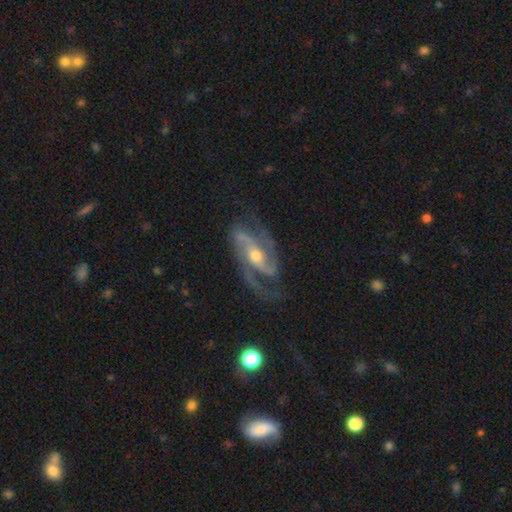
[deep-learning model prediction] smooth_or_featured: featured or disk (p=0.91) [alt: smooth p=0.05]
disk_edge_on: no (p=0.95) [alt: yes p=0.05]
bar: no (p=0.38) [alt: weak p=0.36]
has_spiral_arms: yes (p=0.97) [alt: no p=0.03]
spiral_winding: medium (p=0.53) [alt: tight p=0.26]
spiral_arm_count: 2 (p=0.78) [alt: 3 p=0.11]
bulge_size: moderate (p=0.65) [alt: small p=0.29]
merging: none (p=0.70) [alt: minor disturbance p=0.18]